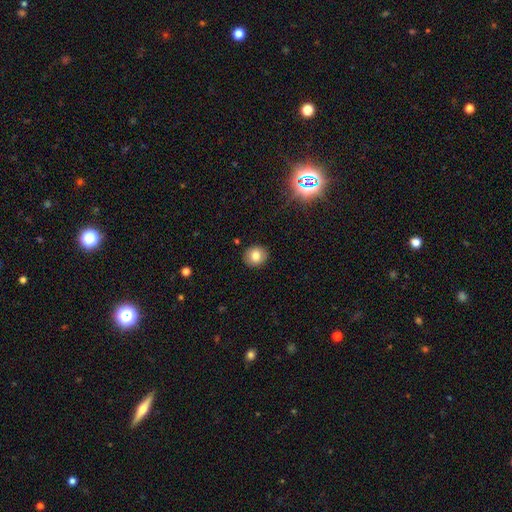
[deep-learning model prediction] smooth-or-featured: smooth: 79% | star or artifact: 11% | featured or disk: 10%
  how-rounded: round: 84% | in between: 15% | cigar-shaped: 1%
  merging: none: 90% | minor disturbance: 7% | major disturbance: 2% | merger: 1%